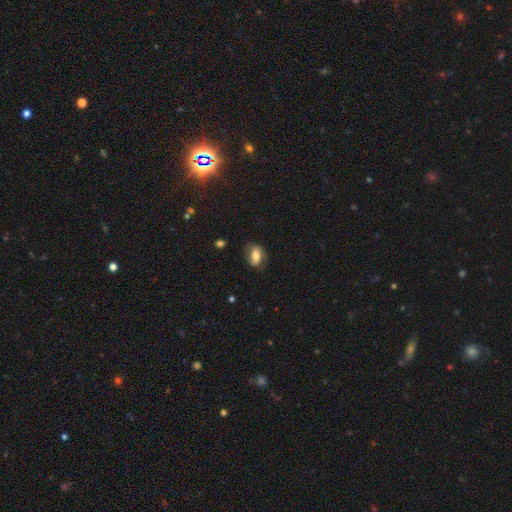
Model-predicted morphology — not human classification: The model was most divided on "smooth or featured": smooth: 64%, featured or disk: 28%, star or artifact: 8%. More confident: how rounded — in between (83%); merging — none (72%).